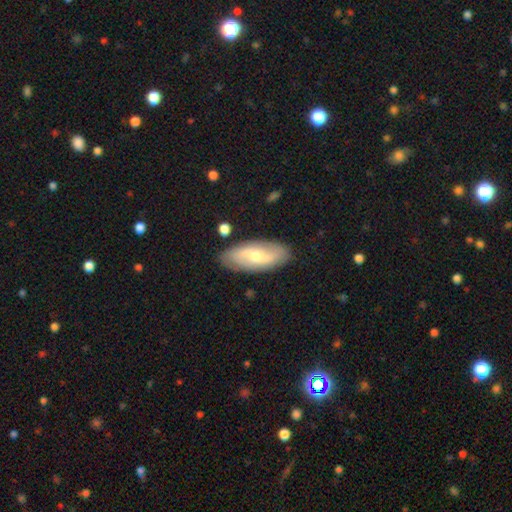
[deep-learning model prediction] Smooth or featured? Predicted: featured or disk (p=0.58). Edge-on disk? Predicted: no (p=0.88). Bar? Predicted: weak (p=0.44). Spiral arms? Predicted: yes (p=0.75). Bulge size? Predicted: moderate (p=0.55). Merging? Predicted: none (p=0.86).